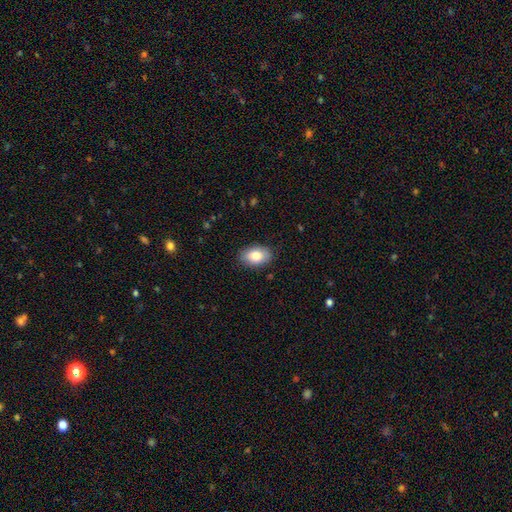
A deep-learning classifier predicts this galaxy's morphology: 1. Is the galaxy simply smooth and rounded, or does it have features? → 83% smooth, 10% featured or disk, 7% star or artifact.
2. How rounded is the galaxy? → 91% in between, 8% round, 1% cigar-shaped.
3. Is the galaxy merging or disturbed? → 87% none, 10% minor disturbance, 2% major disturbance, 1% merger.